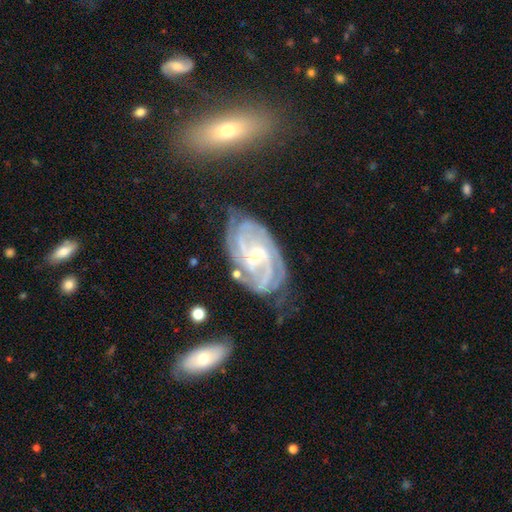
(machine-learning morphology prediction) Smooth or featured: featured or disk — 88% (star or artifact — 6%)
Edge-on disk: no — 97% (yes — 3%)
Bar: weak — 50% (strong — 25%)
Spiral arms: yes — 97% (no — 3%)
Spiral winding: tight — 57% (medium — 36%)
Spiral arm count: 3 — 25% (can't tell — 23%)
Bulge size: small — 51% (moderate — 34%)
Merging: none — 61% (minor disturbance — 23%)